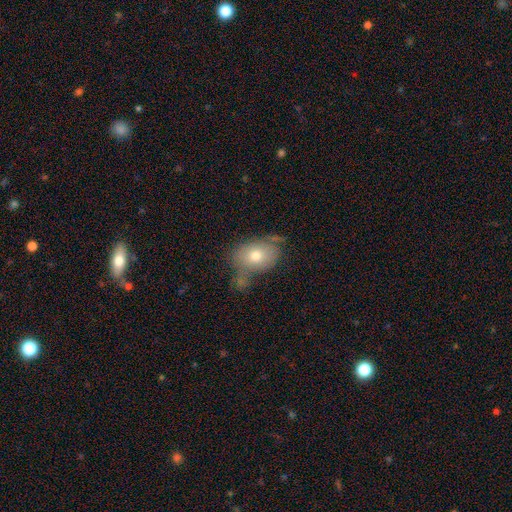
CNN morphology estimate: The model was most divided on "merging": none: 51%, minor disturbance: 24%, merger: 14%, major disturbance: 11%. More confident: how rounded — in between (76%); smooth or featured — smooth (72%).